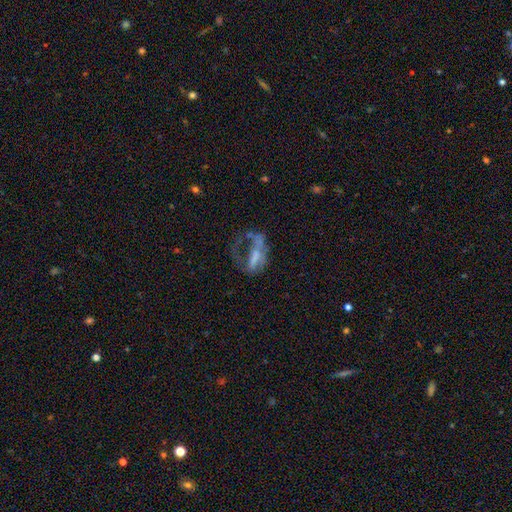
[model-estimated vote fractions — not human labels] Morphology: type=featured or disk (54%); edge-on=no (93%); bar=no (63%); spiral arms=no (78%); bulge=none (56%); merging=major disturbance (56%).